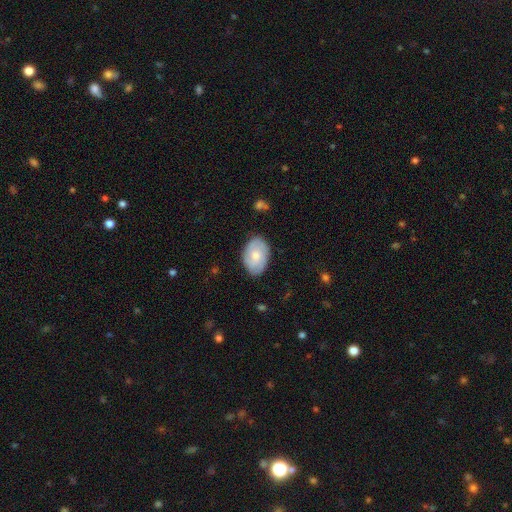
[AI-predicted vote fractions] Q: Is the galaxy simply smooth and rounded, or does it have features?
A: smooth — 49%.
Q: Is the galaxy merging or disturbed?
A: none — 80%.